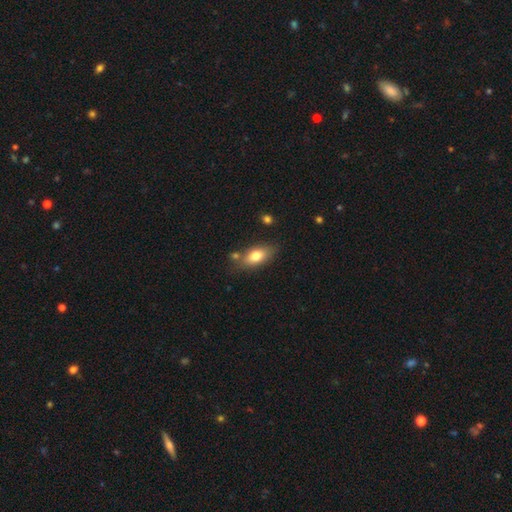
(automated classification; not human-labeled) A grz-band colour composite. It shows a smooth galaxy with no disk features (75%) that is in between round and cigar-shaped (84%). Merging: none (71%).